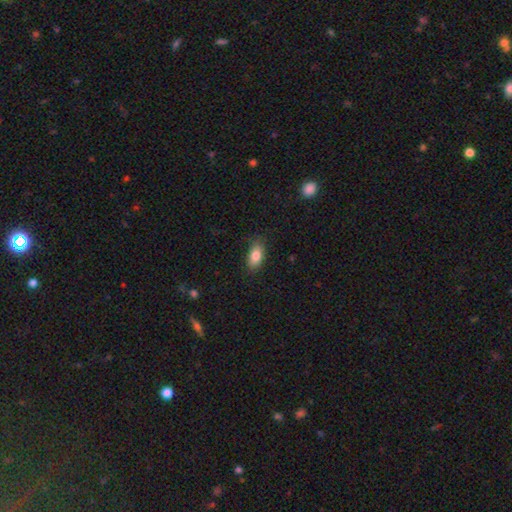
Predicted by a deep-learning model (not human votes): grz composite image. It shows a smooth galaxy with no disk features (84%) that is in between round and cigar-shaped (89%). Merging: none (81%).